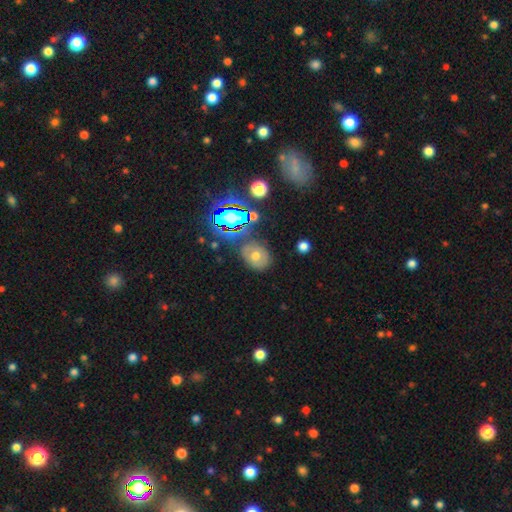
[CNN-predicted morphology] Smooth or featured?
  - smooth: 48% *
  - featured or disk: 30%
  - star or artifact: 23%
Merging?
  - none: 74% *
  - minor disturbance: 16%
  - major disturbance: 6%
  - merger: 4%